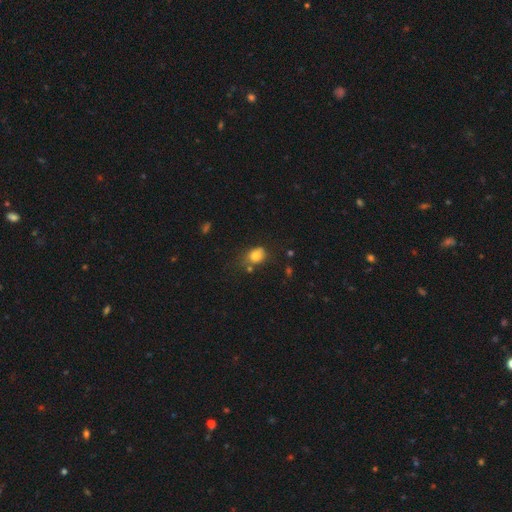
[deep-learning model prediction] smooth_or_featured: smooth (p=0.80) [alt: star or artifact p=0.11]
how_rounded: in between (p=0.52) [alt: round p=0.47]
merging: none (p=0.60) [alt: minor disturbance p=0.25]